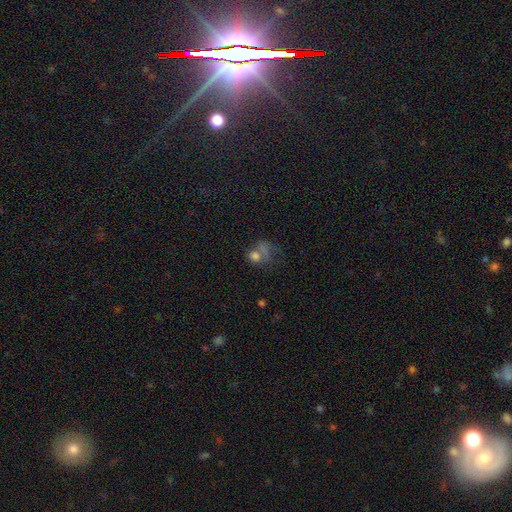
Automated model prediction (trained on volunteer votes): Q: Smooth or featured?
A: smooth (57%); runner-up: star or artifact (24%)
Q: How rounded?
A: round (59%); runner-up: in between (39%)
Q: Merging?
A: none (33%); runner-up: merger (27%)